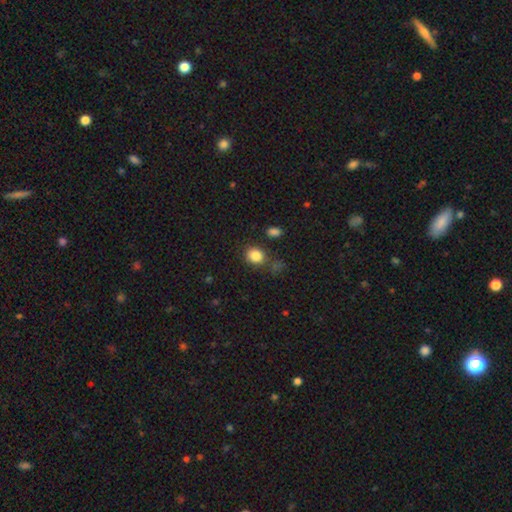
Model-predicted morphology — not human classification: This is clearly a smooth galaxy (85%). How rounded: likely round (68%). Merging: likely none (76%).